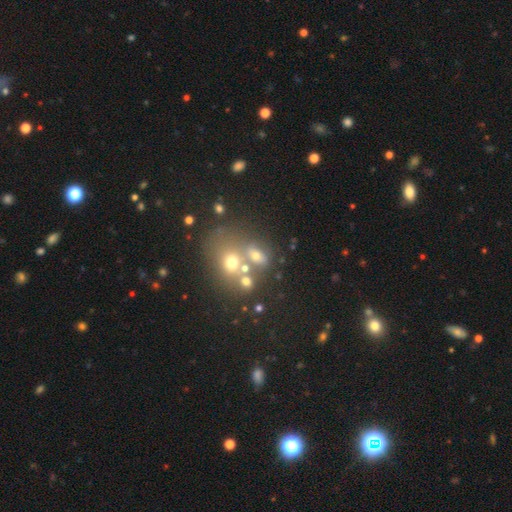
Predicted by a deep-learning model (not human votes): This is possibly a smooth galaxy (57%). How rounded: possibly in between (54%). Merging: marginally merger (40%, tied with none).